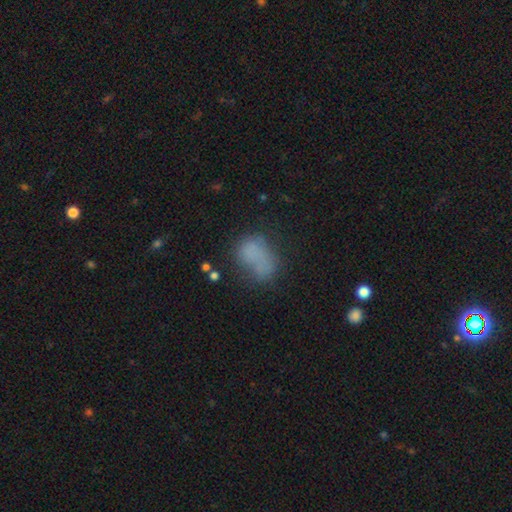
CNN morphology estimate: Smooth or featured: smooth — 69% (featured or disk — 18%)
How rounded: in between — 79% (round — 18%)
Merging: none — 38% (minor disturbance — 26%)